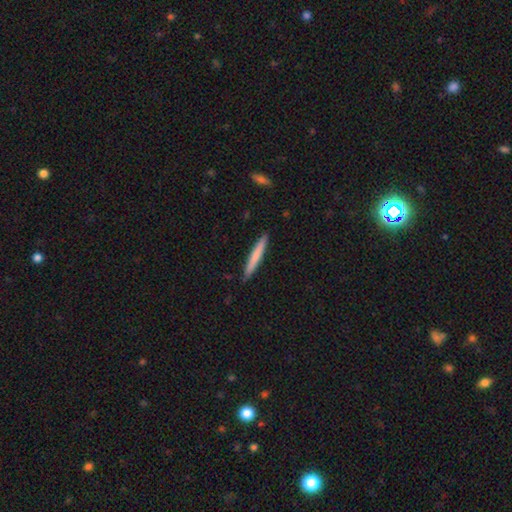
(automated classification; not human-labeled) Overall: smooth (71%). How rounded: cigar-shaped (96%). Merging: none (90%).